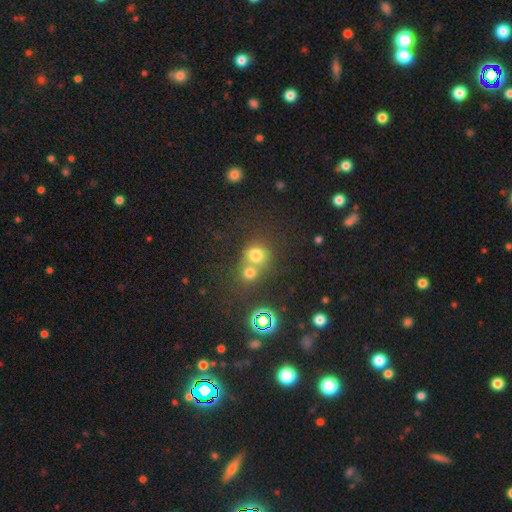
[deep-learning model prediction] Morphology: type=smooth (70%); roundness=round (84%); merging=merger (50%).